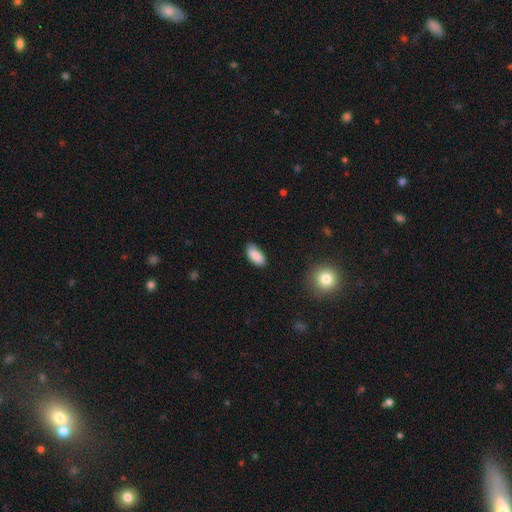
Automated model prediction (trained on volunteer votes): Smooth or featured? smooth (88%)
How rounded? in between (89%)
Merging? none (79%)